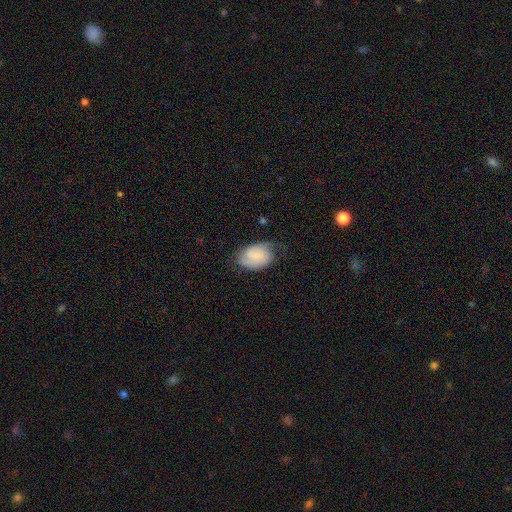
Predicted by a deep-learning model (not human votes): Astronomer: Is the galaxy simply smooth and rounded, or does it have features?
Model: smooth — 62%.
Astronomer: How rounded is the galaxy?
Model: in between — 84%.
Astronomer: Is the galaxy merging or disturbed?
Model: none — 55% (runner-up: minor disturbance, 32%).